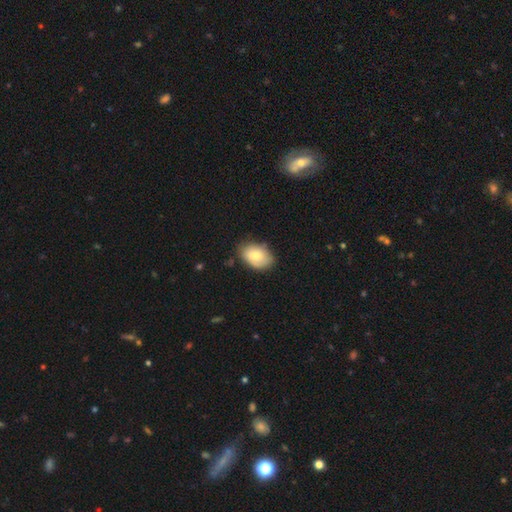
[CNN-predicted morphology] The model was most divided on "smooth or featured": smooth: 74%, featured or disk: 19%, star or artifact: 7%. More confident: how rounded — in between (85%); merging — none (75%).